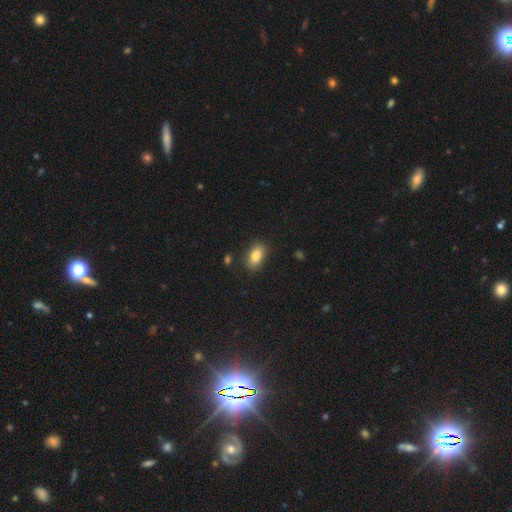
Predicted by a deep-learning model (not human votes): This is clearly a smooth galaxy (84%). How rounded: clearly in between (88%). Merging: clearly none (84%).